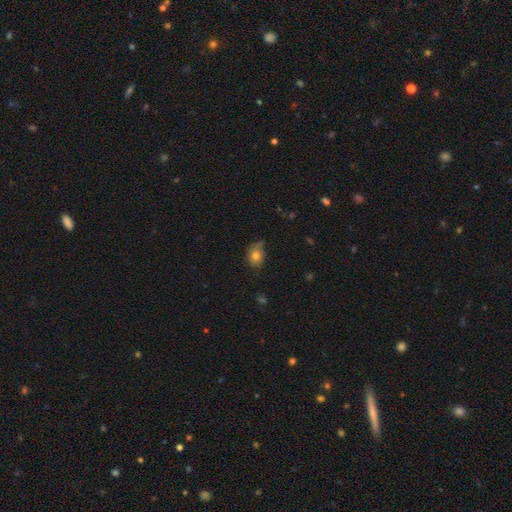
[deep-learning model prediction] Smooth or featured? Predicted: smooth (p=0.79). How rounded? Predicted: in between (p=0.59). Merging? Predicted: none (p=0.61).